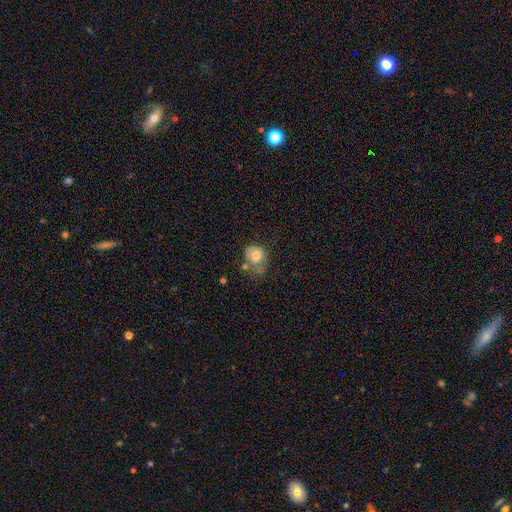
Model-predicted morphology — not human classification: Overall: smooth (74%). How rounded: round (68%; in between 32%). Merging: none (37%; minor disturbance 31%).